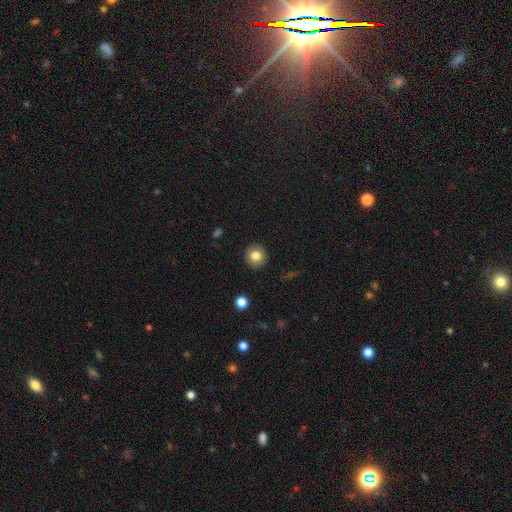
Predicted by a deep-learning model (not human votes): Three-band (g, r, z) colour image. It shows a smooth galaxy with no disk features (80%) that is round (92%). Merging: none (91%).